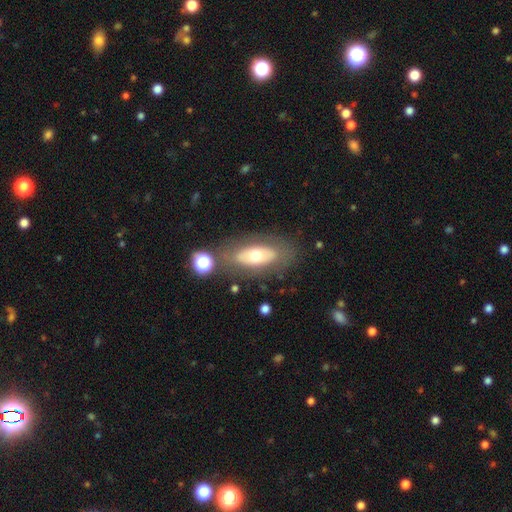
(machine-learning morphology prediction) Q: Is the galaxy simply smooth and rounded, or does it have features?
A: smooth — 49%.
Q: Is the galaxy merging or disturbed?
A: none — 74%.